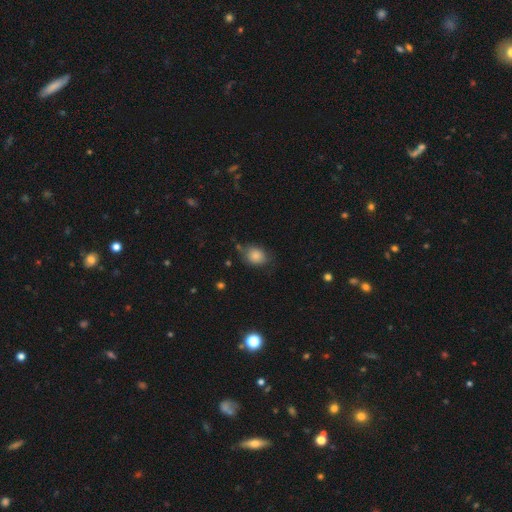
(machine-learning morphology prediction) The model was most divided on "how rounded": in between: 50%, round: 49%, cigar-shaped: 1%. More confident: smooth or featured — smooth (82%); merging — none (66%).